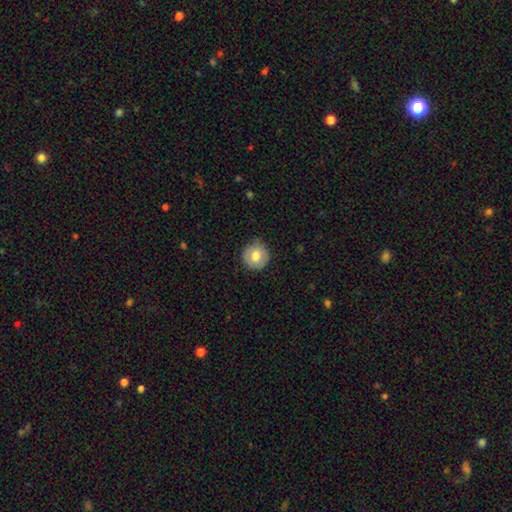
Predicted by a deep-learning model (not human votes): Smooth or featured?
  - smooth: 78% *
  - featured or disk: 14%
  - star or artifact: 8%
How rounded?
  - round: 94% *
  - in between: 5%
  - cigar-shaped: 1%
Merging?
  - none: 84% *
  - minor disturbance: 12%
  - major disturbance: 2%
  - merger: 1%